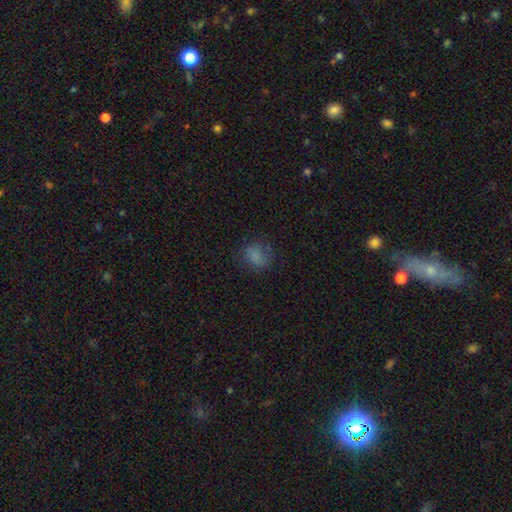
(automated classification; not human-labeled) Morphology: type=smooth (72%); roundness=round (53%); merging=none (64%).